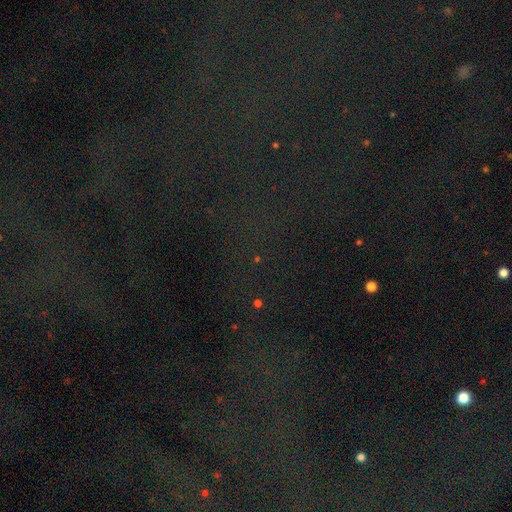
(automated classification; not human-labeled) A star or artifact, not a galaxy (80%).